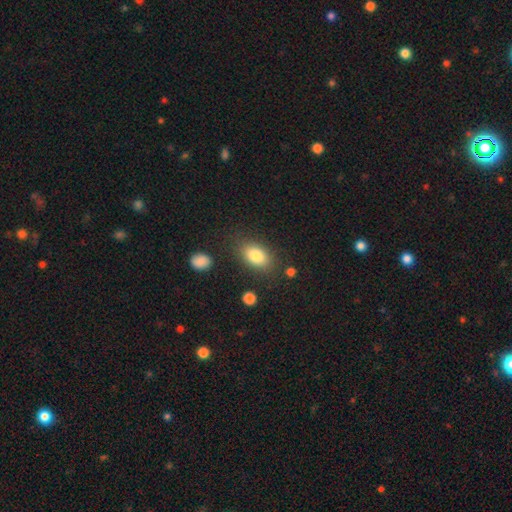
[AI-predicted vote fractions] Smooth or featured? smooth (82%)
How rounded? in between (86%)
Merging? none (80%)